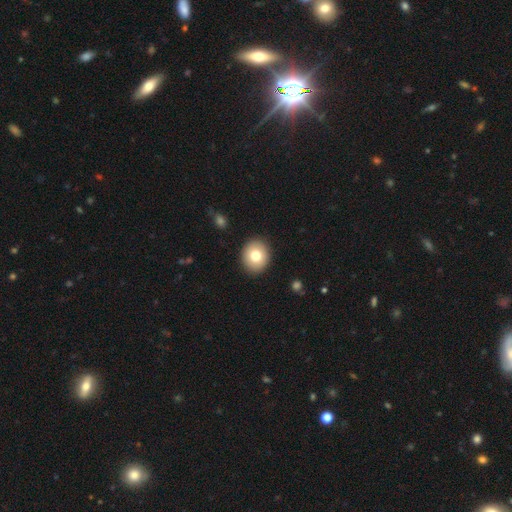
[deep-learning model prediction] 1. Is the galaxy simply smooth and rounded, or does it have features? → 77% smooth, 14% featured or disk, 9% star or artifact.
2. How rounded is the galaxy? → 73% round, 26% in between, 1% cigar-shaped.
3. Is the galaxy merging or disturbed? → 91% none, 6% minor disturbance, 2% major disturbance, 1% merger.